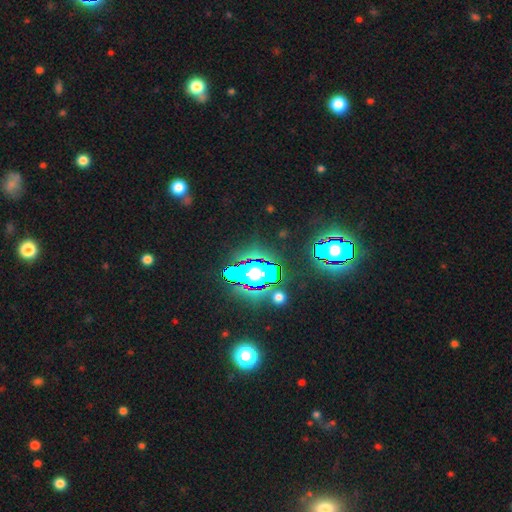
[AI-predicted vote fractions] Smooth or featured: star or artifact — 84% (smooth — 9%)